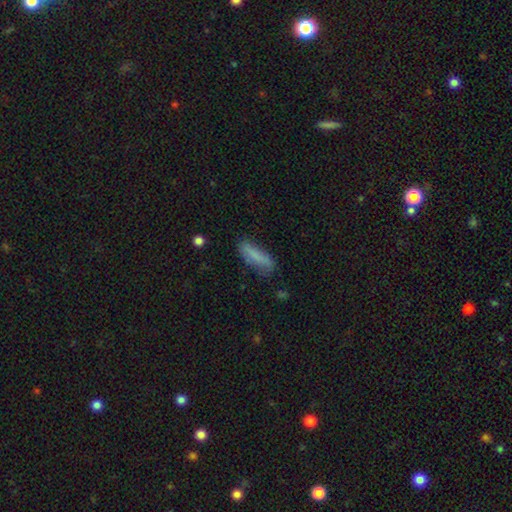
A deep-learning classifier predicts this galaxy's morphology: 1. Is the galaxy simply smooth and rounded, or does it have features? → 77% smooth, 15% featured or disk, 7% star or artifact.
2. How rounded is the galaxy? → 63% cigar-shaped, 35% in between, 2% round.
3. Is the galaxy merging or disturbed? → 67% none, 24% minor disturbance, 7% major disturbance, 2% merger.